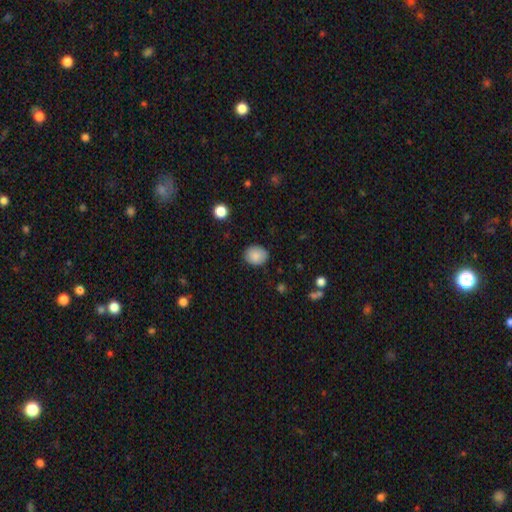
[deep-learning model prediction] smooth 86%, star or artifact 8%, featured or disk 6%. Down the decision tree: how rounded — round (56%); merging — none (85%).